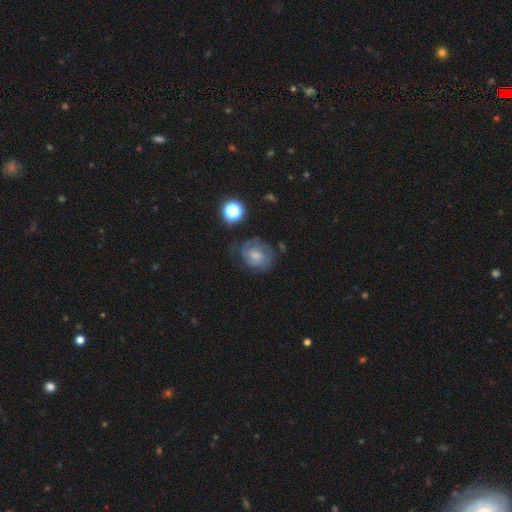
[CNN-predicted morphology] This appears to be a featured or disk galaxy (64%) with no bar (53%), 2 (40%) tight (55%) spiral arms (87%) and a small central bulge (42%). Merging: none (59%).